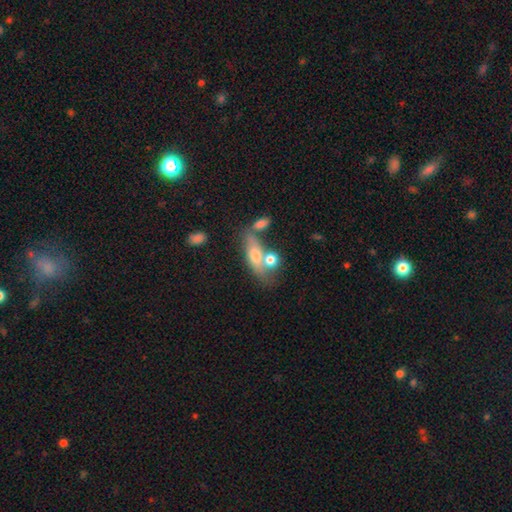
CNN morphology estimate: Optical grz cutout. It shows a smooth galaxy with no disk features (61%) that is in between round and cigar-shaped (64%). Merging: none (40%).